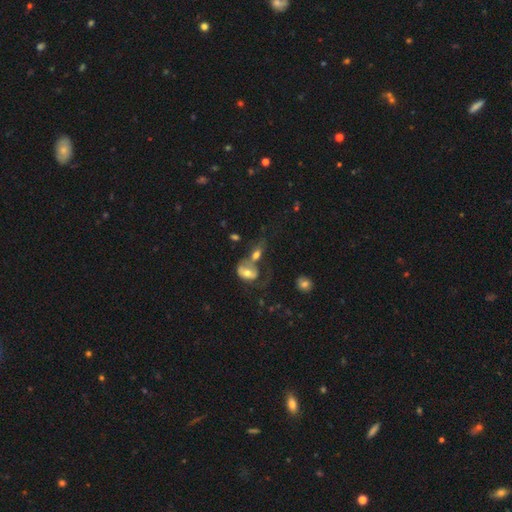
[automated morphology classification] Smooth or featured? smooth (44%)
Merging? merger (58%)